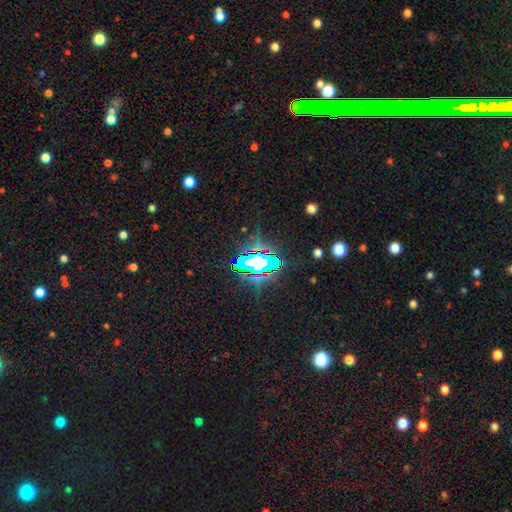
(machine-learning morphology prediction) This is likely a star or artifact rather than a galaxy (67%).